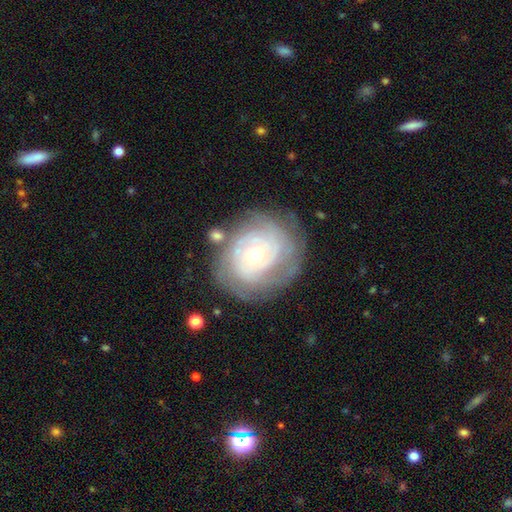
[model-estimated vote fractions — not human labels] Smooth or featured?
  - featured or disk: 81% *
  - smooth: 13%
  - star or artifact: 6%
Edge-on disk?
  - no: 97% *
  - yes: 3%
Bar?
  - no: 71% *
  - weak: 23%
  - strong: 6%
Spiral arms?
  - yes: 91% *
  - no: 9%
Spiral winding?
  - tight: 78% *
  - medium: 17%
  - loose: 5%
Spiral arm count?
  - can't tell: 42% *
  - 3: 19%
  - 2: 18%
  - 4: 10%
  - more than 4: 6%
  - 1: 6%
Bulge size?
  - moderate: 67% *
  - small: 25%
  - large: 6%
  - dominant: 1%
  - none: 1%
Merging?
  - none: 74% *
  - minor disturbance: 16%
  - major disturbance: 7%
  - merger: 3%